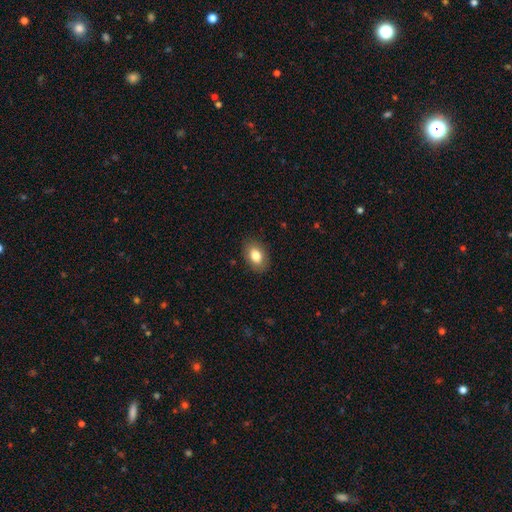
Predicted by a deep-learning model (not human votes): Morphology: type=smooth (82%); roundness=in between (84%); merging=none (87%).